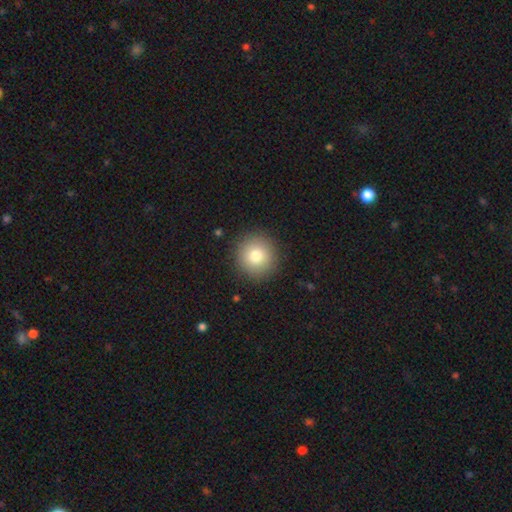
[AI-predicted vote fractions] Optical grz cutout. It shows a smooth galaxy with no disk features (79%) that is round (95%). Merging: none (90%).